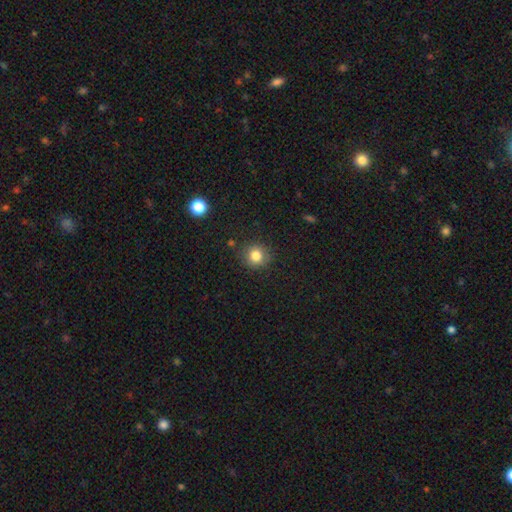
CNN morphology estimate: Smooth or featured? Predicted: smooth (p=0.82). How rounded? Predicted: round (p=0.88). Merging? Predicted: none (p=0.85).